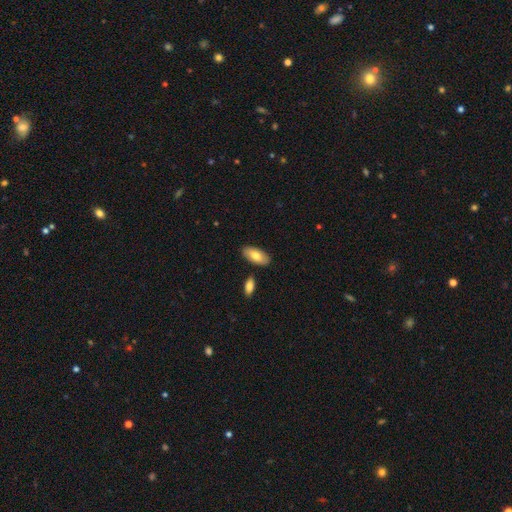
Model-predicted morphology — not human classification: smooth_or_featured: smooth (p=0.75) [alt: featured or disk p=0.19]
how_rounded: in between (p=0.92) [alt: cigar-shaped p=0.06]
merging: none (p=0.84) [alt: minor disturbance p=0.10]